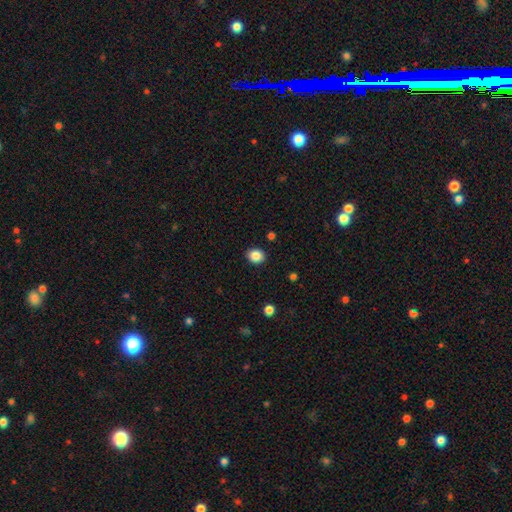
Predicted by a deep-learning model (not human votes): A smooth galaxy with no disk features (86%) that is round (66%).

Vote fractions:
- Smooth or featured? smooth: 86% / star or artifact: 10% / featured or disk: 4%
- How rounded? round: 66% / in between: 33% / cigar-shaped: 1%
- Merging? none: 90% / minor disturbance: 7% / major disturbance: 2% / merger: 1%